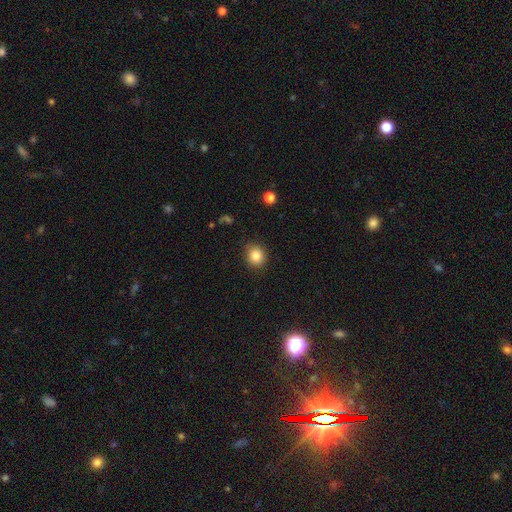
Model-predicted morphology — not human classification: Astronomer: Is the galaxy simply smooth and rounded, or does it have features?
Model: smooth — 84%.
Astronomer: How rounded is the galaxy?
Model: round — 83%.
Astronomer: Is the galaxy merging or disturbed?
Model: none — 87%.